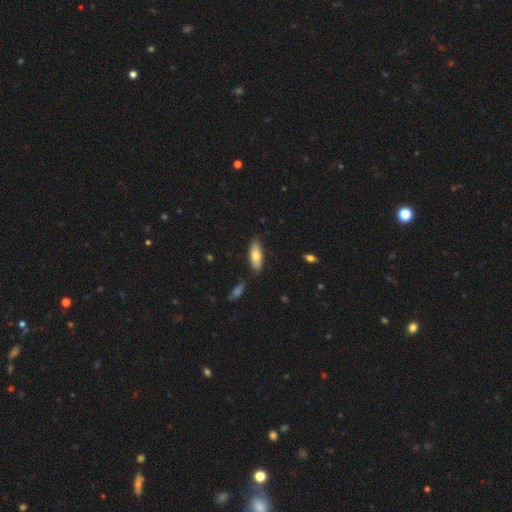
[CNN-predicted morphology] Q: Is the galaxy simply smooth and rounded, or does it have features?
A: smooth — 73%.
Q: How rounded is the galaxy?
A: in between — 68%.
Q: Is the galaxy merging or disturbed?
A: none — 80%.